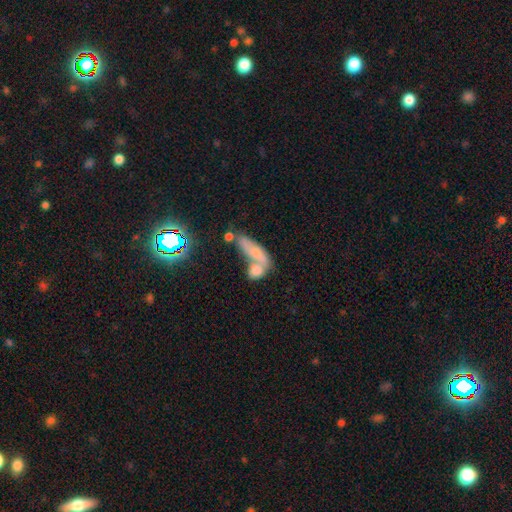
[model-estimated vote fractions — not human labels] A smooth galaxy with no disk features (51%) that is in between round and cigar-shaped (55%). Merging: merger (62%).